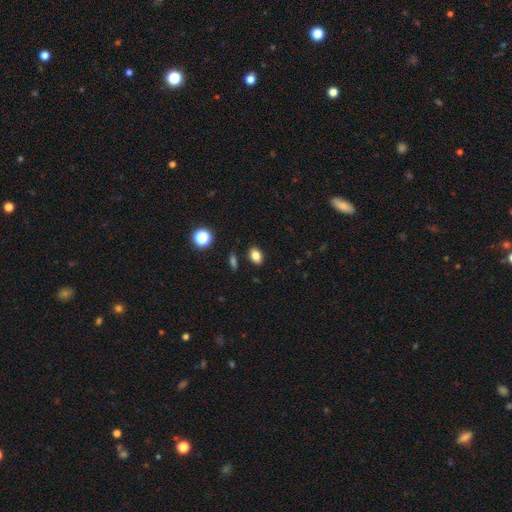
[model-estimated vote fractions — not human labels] smooth_or_featured: smooth (p=0.81) [alt: star or artifact p=0.12]
how_rounded: in between (p=0.77) [alt: round p=0.22]
merging: none (p=0.86) [alt: minor disturbance p=0.09]